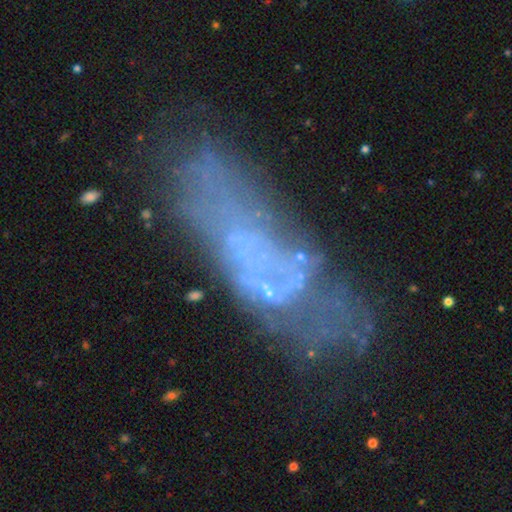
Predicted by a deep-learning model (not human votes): featured or disk 55%, smooth 27%, star or artifact 18%. Down the decision tree: edge-on disk — no (86%); merging — none (45%).